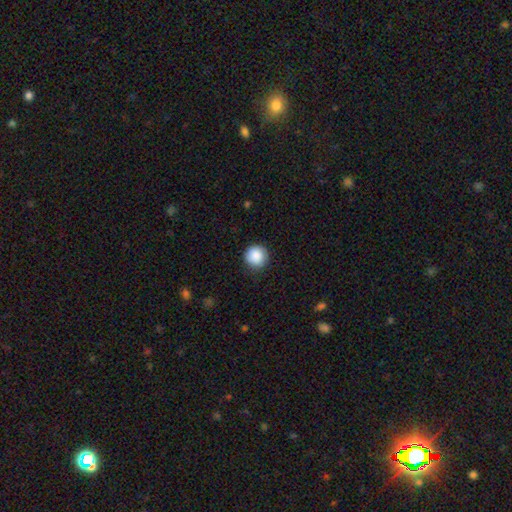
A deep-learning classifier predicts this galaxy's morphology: Q: Smooth or featured?
A: smooth (88%); runner-up: star or artifact (8%)
Q: How rounded?
A: round (95%); runner-up: in between (4%)
Q: Merging?
A: none (88%); runner-up: minor disturbance (9%)